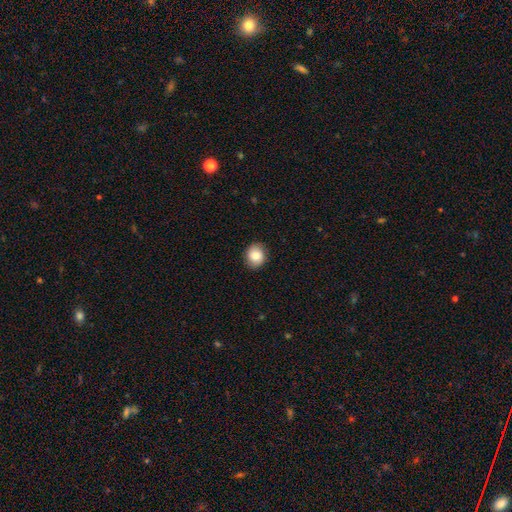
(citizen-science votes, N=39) smooth 82%, star or artifact 10%, featured or disk 8%. Down the decision tree: how rounded — round (81%); merging — none (94%).